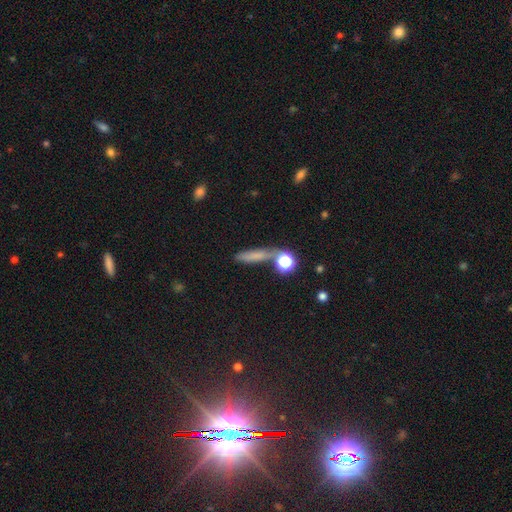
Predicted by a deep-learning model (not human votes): Q: Smooth or featured?
A: smooth (68%); runner-up: star or artifact (16%)
Q: How rounded?
A: cigar-shaped (69%); runner-up: in between (19%)
Q: Merging?
A: none (68%); runner-up: minor disturbance (14%)